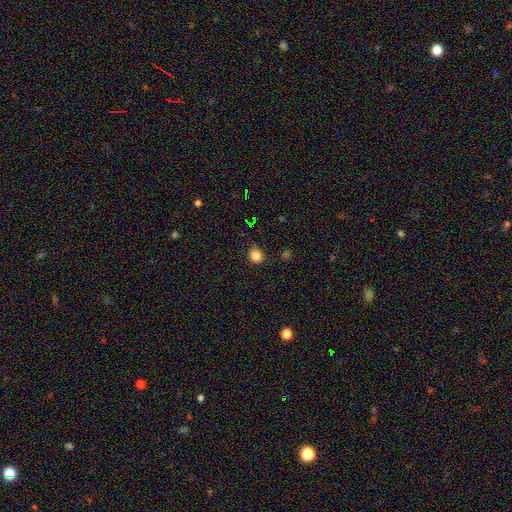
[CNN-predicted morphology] Smooth or featured? smooth (83%)
How rounded? round (82%)
Merging? none (81%)